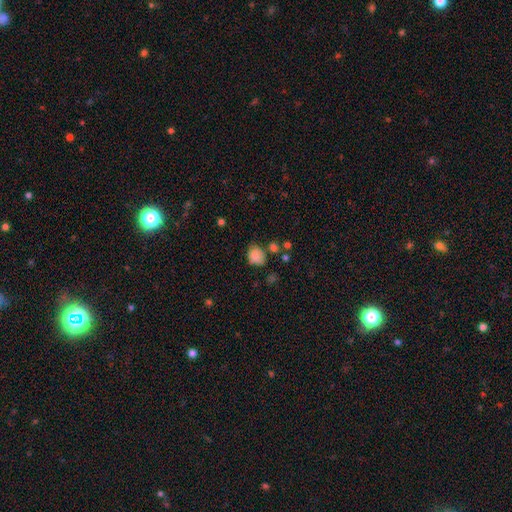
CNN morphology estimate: Smooth or featured? Predicted: smooth (p=0.83). How rounded? Predicted: round (p=0.53). Merging? Predicted: none (p=0.59).